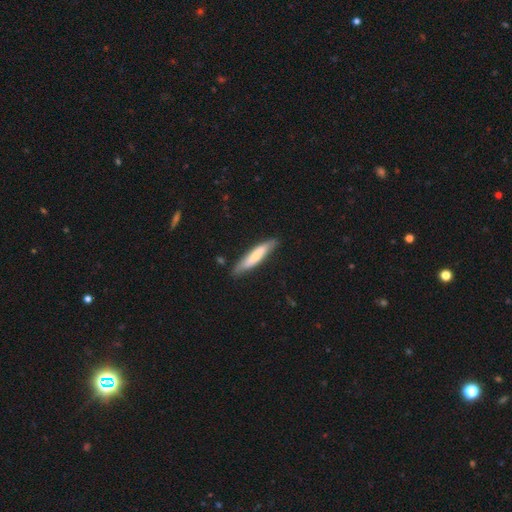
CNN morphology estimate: Smooth or featured? Predicted: smooth (p=0.67). How rounded? Predicted: cigar-shaped (p=0.85). Merging? Predicted: none (p=0.82).